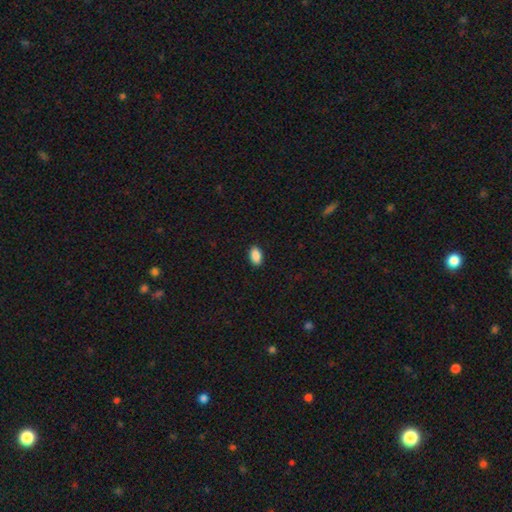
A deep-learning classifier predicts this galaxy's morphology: Q: Smooth or featured?
A: smooth (90%); runner-up: star or artifact (7%)
Q: How rounded?
A: in between (93%); runner-up: round (5%)
Q: Merging?
A: none (90%); runner-up: minor disturbance (7%)